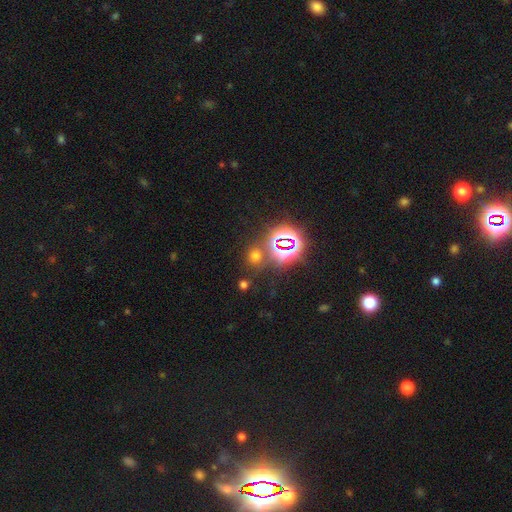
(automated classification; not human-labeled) Q: Smooth or featured?
A: smooth (52%); runner-up: star or artifact (41%)
Q: How rounded?
A: round (81%); runner-up: in between (17%)
Q: Merging?
A: none (78%); runner-up: merger (10%)